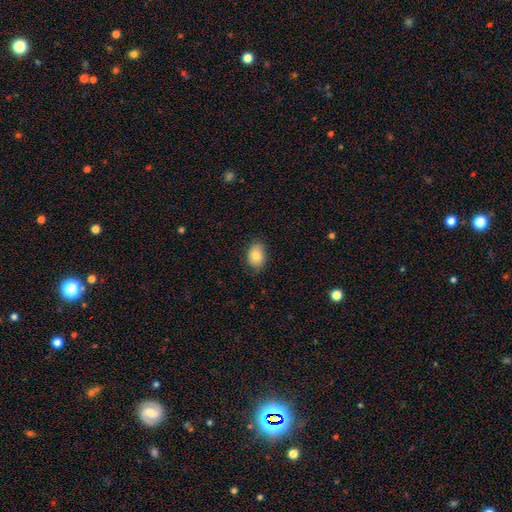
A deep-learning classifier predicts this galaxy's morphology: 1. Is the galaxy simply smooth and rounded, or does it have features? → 82% smooth, 10% featured or disk, 8% star or artifact.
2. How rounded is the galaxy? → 72% in between, 27% round, 1% cigar-shaped.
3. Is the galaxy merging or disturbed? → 82% none, 14% minor disturbance, 3% major disturbance, 1% merger.